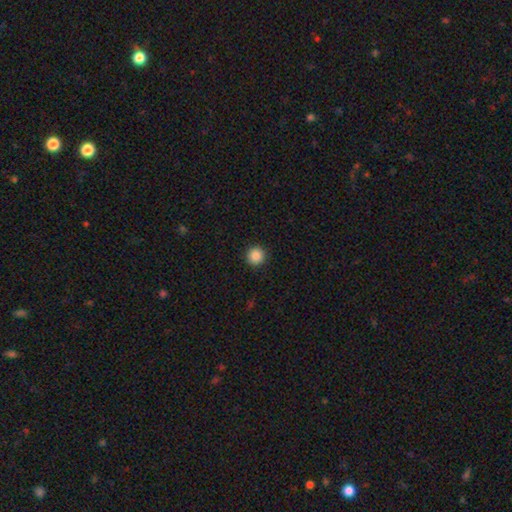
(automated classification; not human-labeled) Smooth or featured? Predicted: smooth (p=0.88). How rounded? Predicted: round (p=0.95). Merging? Predicted: none (p=0.93).